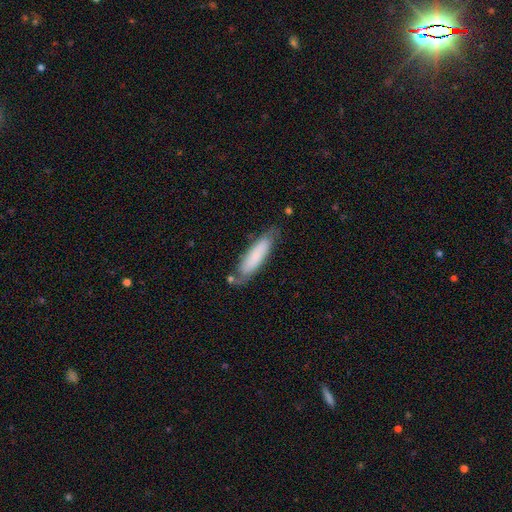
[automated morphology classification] smooth 73%, featured or disk 21%, star or artifact 7%. Down the decision tree: how rounded — cigar-shaped (68%); merging — none (67%).